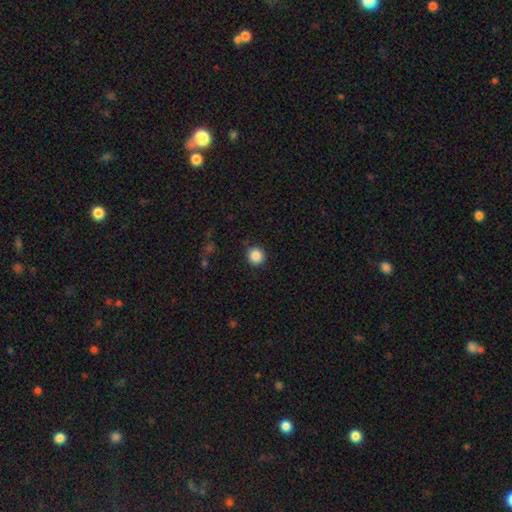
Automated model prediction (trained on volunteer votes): Smooth or featured? Predicted: smooth (p=0.87). How rounded? Predicted: round (p=0.95). Merging? Predicted: none (p=0.89).